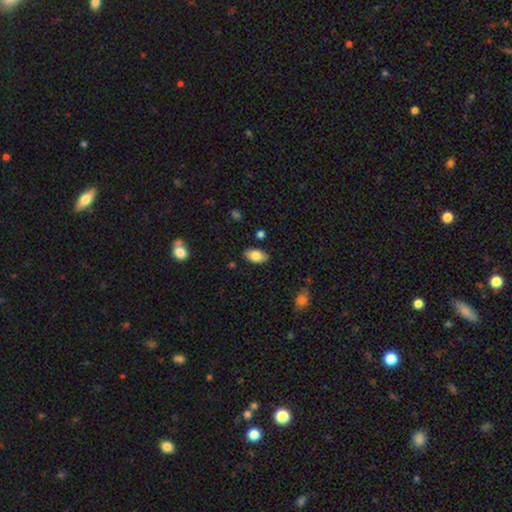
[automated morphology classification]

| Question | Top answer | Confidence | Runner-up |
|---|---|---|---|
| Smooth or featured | smooth | 83% | featured or disk (10%) |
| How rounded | in between | 93% | round (6%) |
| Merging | none | 84% | minor disturbance (11%) |